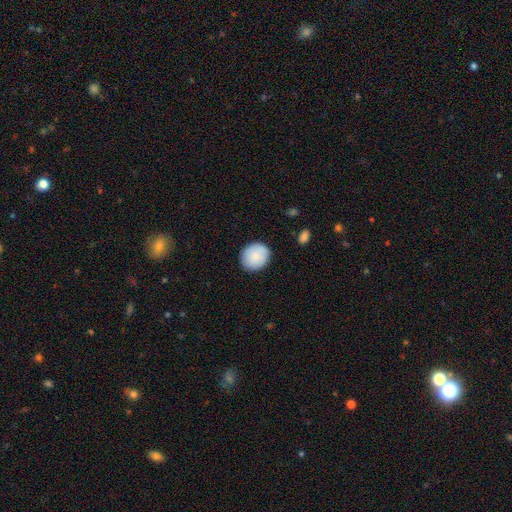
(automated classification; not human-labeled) Morphology: type=smooth (85%); roundness=round (77%); merging=none (86%).